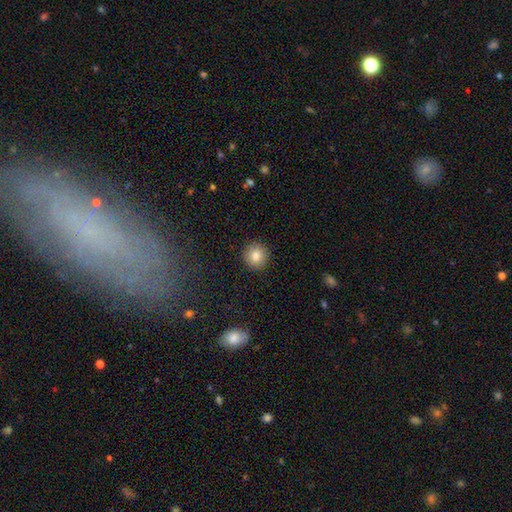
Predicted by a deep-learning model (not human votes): Morphology: type=smooth (85%); roundness=round (93%); merging=none (92%).